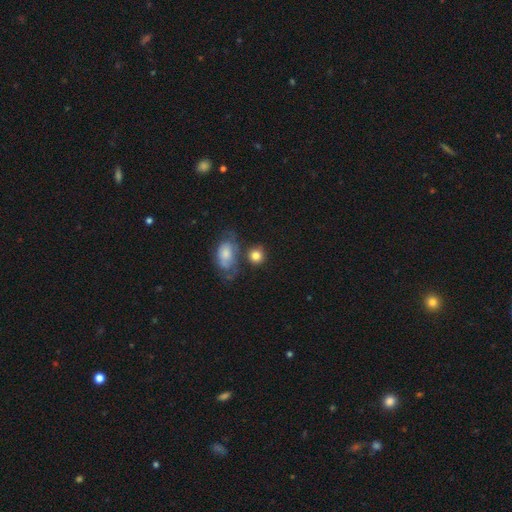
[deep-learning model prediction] This is clearly a smooth galaxy (81%). How rounded: clearly round (82%). Merging: likely none (65%).